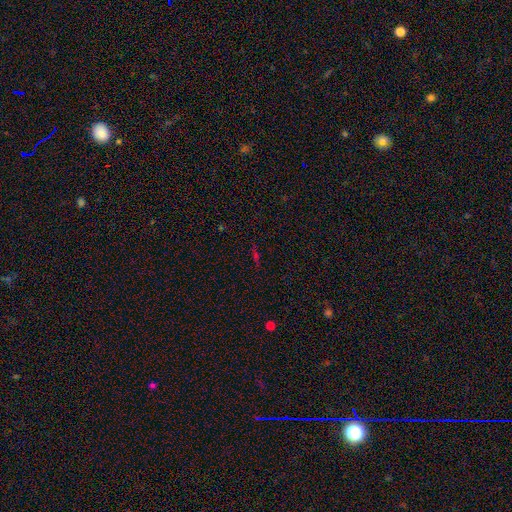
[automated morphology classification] star or artifact 54%, smooth 28%, featured or disk 19%.